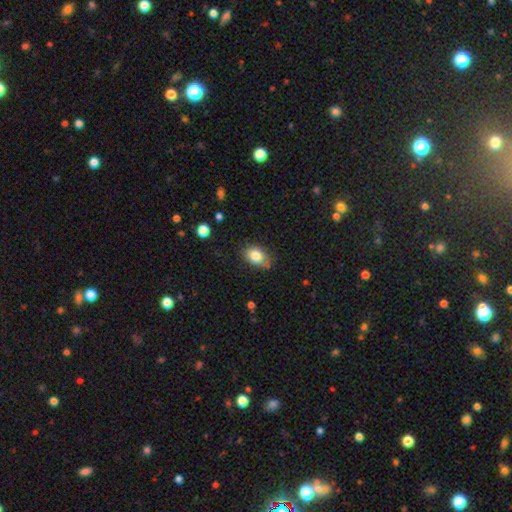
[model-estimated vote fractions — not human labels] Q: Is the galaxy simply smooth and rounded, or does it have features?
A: smooth — 82%.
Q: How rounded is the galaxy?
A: in between — 79%.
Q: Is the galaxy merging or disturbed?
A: none — 73%.